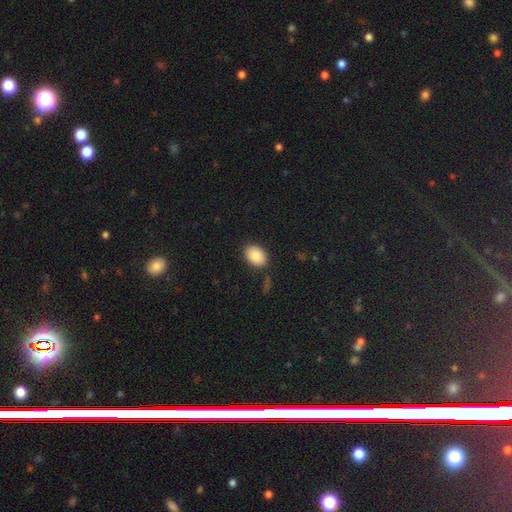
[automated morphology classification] Smooth or featured: smooth — 87% (star or artifact — 7%)
How rounded: in between — 82% (round — 17%)
Merging: none — 85% (minor disturbance — 10%)